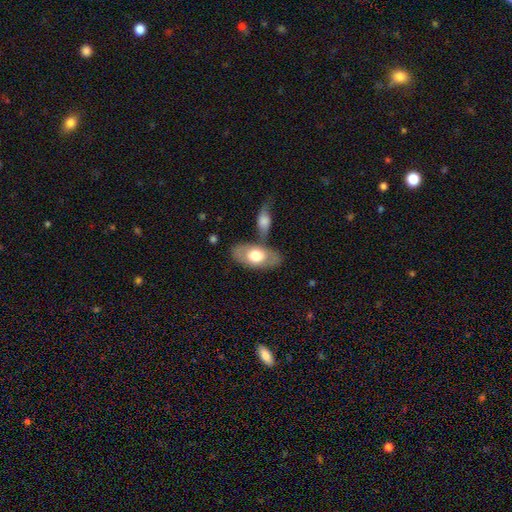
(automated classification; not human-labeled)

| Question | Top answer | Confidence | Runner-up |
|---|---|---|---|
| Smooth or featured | smooth | 62% | featured or disk (33%) |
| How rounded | in between | 91% | cigar-shaped (5%) |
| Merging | none | 64% | merger (19%) |